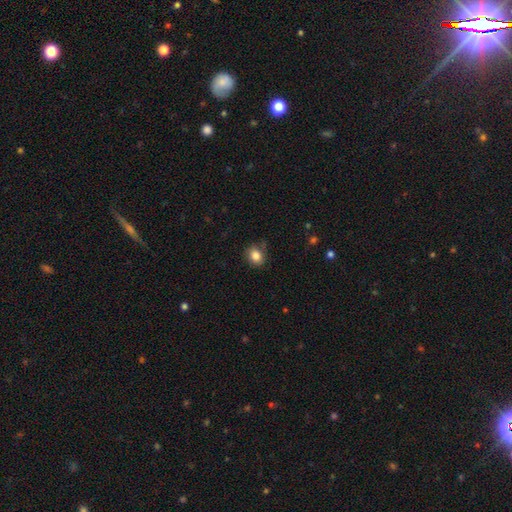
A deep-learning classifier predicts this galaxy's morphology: Q: Smooth or featured?
A: smooth (83%); runner-up: star or artifact (10%)
Q: How rounded?
A: round (60%); runner-up: in between (39%)
Q: Merging?
A: none (80%); runner-up: minor disturbance (14%)